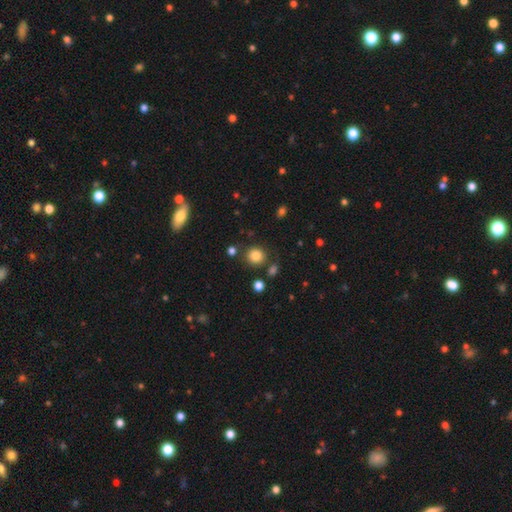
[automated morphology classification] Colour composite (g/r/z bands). It shows a smooth galaxy with no disk features (83%) that is round (90%). Merging: none (83%).